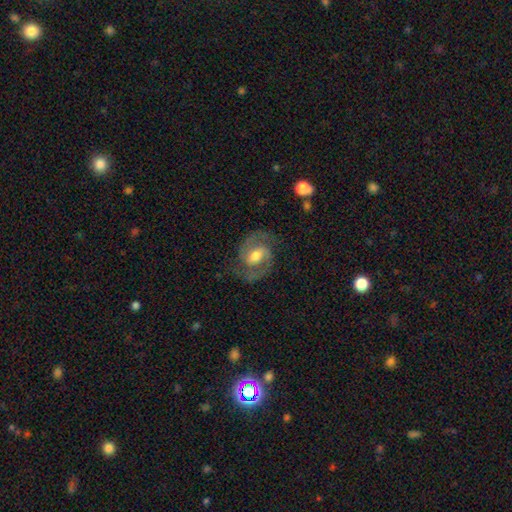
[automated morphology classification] Smooth or featured? Predicted: featured or disk (p=0.86). Edge-on disk? Predicted: no (p=0.98). Bar? Predicted: weak (p=0.53). Spiral arms? Predicted: yes (p=0.96). Spiral winding? Predicted: medium (p=0.60). Spiral arm count? Predicted: 2 (p=0.92). Bulge size? Predicted: moderate (p=0.69). Merging? Predicted: none (p=0.76).